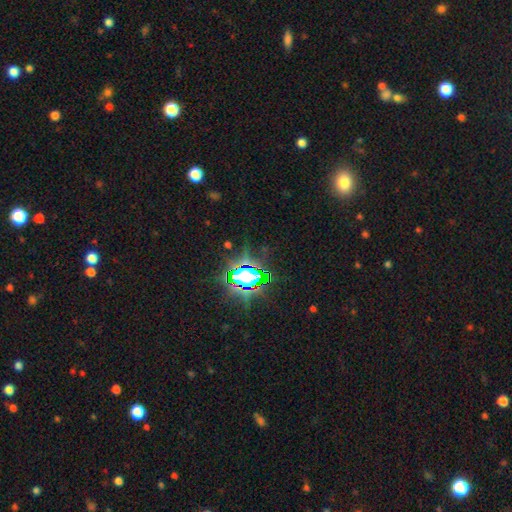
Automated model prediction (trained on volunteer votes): Smooth or featured? star or artifact (79%)